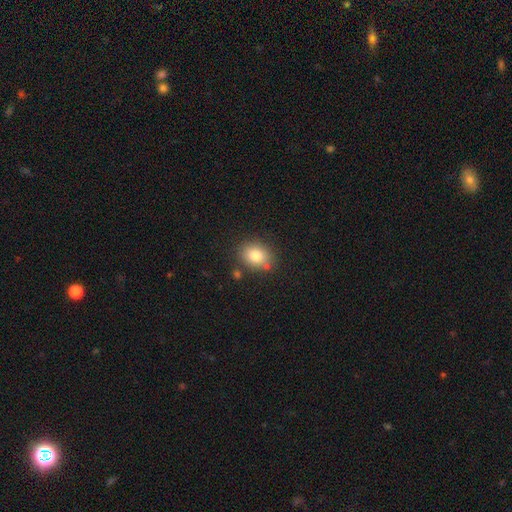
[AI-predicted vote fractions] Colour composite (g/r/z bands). It shows a smooth galaxy with no disk features (81%) that is round (50%). Merging: none (77%).